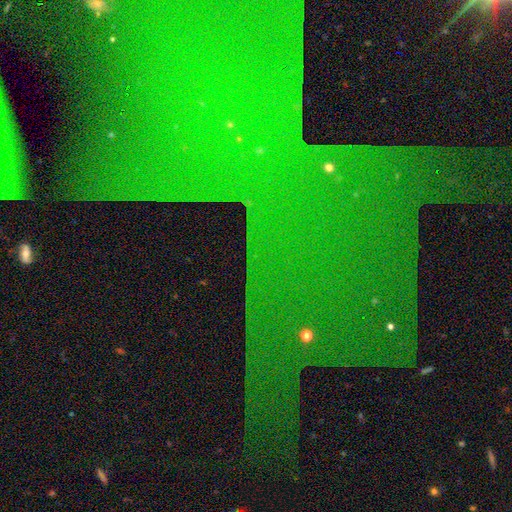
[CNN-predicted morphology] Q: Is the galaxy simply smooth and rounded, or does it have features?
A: star or artifact — 83%.